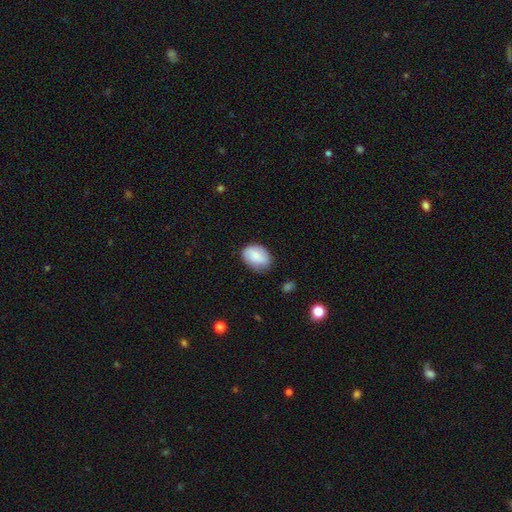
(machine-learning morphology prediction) Overall: smooth (81%). How rounded: in between (75%). Merging: none (71%).